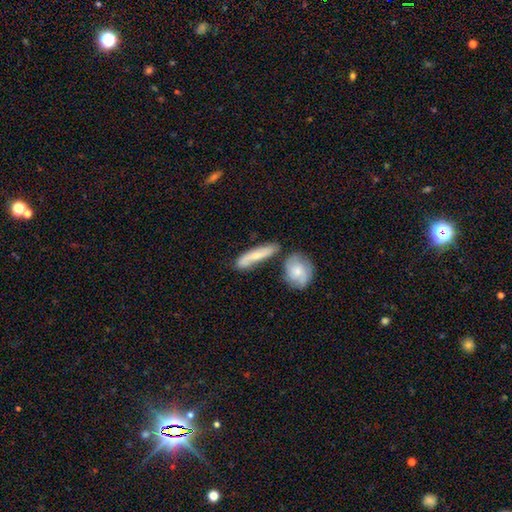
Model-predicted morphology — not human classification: Smooth or featured? smooth (55%)
How rounded? cigar-shaped (71%)
Merging? none (61%)